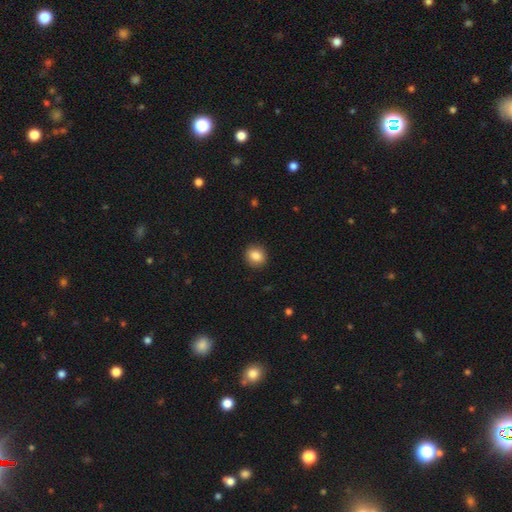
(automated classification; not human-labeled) smooth_or_featured: smooth (p=0.86) [alt: star or artifact p=0.09]
how_rounded: round (p=0.75) [alt: in between p=0.24]
merging: none (p=0.91) [alt: minor disturbance p=0.06]